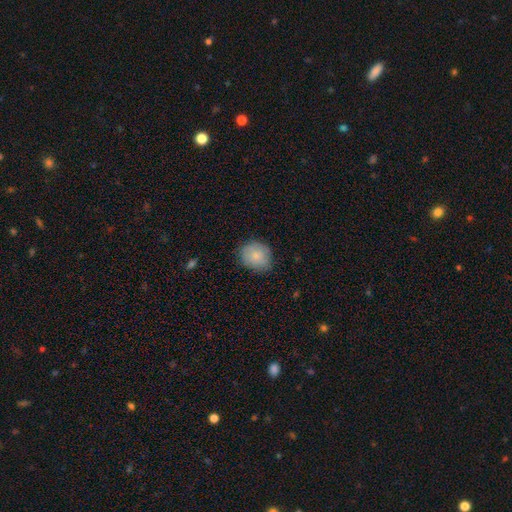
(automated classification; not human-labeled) smooth_or_featured: smooth (p=0.83) [alt: featured or disk p=0.10]
how_rounded: round (p=0.63) [alt: in between p=0.36]
merging: none (p=0.77) [alt: minor disturbance p=0.18]